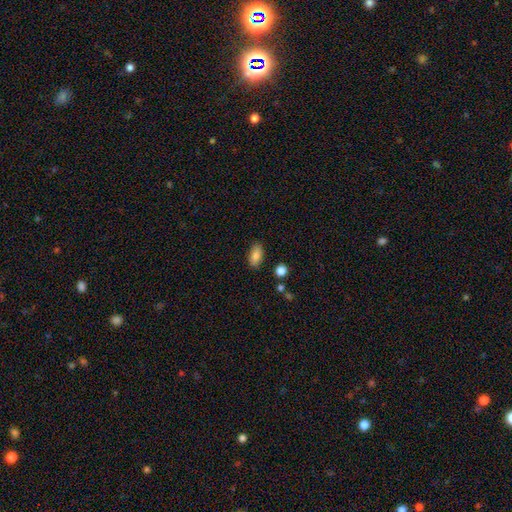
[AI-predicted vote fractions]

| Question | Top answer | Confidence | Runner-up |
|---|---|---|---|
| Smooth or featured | smooth | 84% | star or artifact (8%) |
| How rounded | in between | 88% | cigar-shaped (7%) |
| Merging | none | 84% | minor disturbance (11%) |